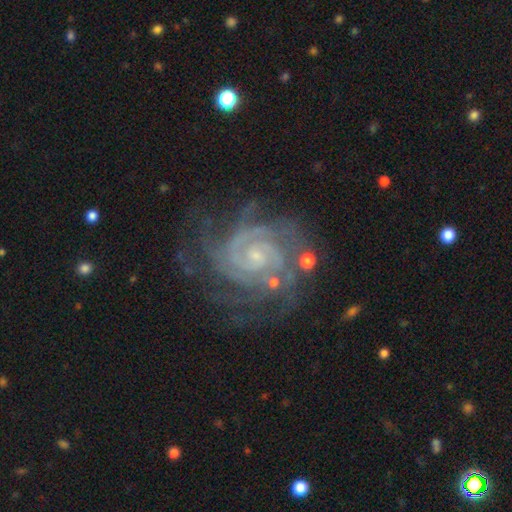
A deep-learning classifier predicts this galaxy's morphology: This appears to be a featured or disk galaxy (90%) with no bar (65%), 2 (29%) tight (76%) spiral arms (98%) and a small central bulge (74%). Merging: none (70%).